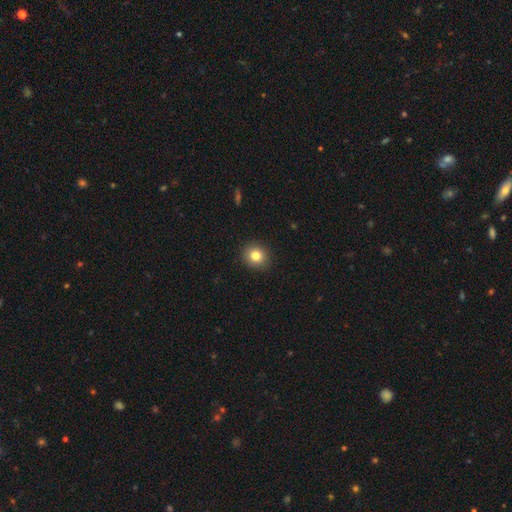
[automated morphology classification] smooth_or_featured: smooth (p=0.82) [alt: star or artifact p=0.11]
how_rounded: round (p=0.84) [alt: in between p=0.15]
merging: none (p=0.92) [alt: minor disturbance p=0.06]